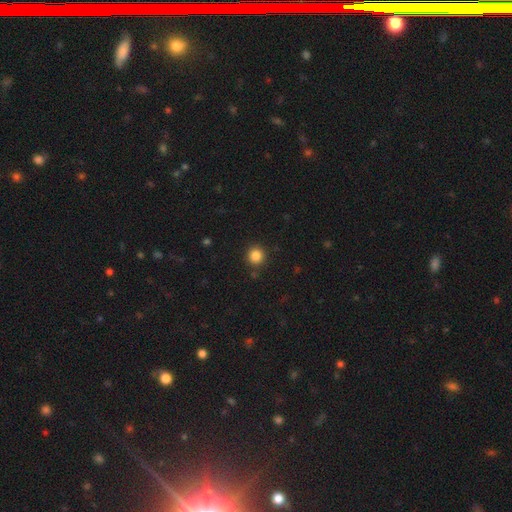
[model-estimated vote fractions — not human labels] smooth_or_featured: smooth (p=0.85) [alt: star or artifact p=0.11]
how_rounded: round (p=0.93) [alt: in between p=0.06]
merging: none (p=0.90) [alt: minor disturbance p=0.06]